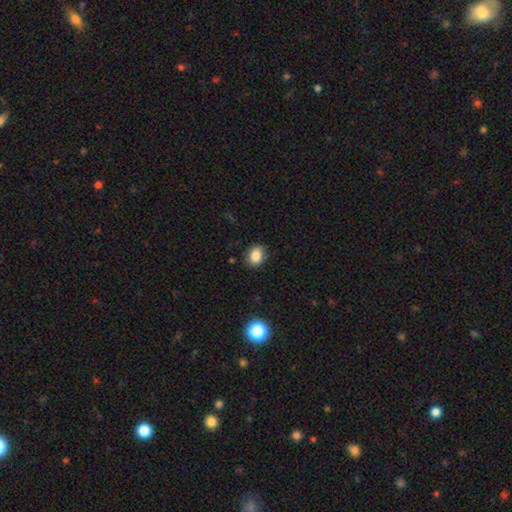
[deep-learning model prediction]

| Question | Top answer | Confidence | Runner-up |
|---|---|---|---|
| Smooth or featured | smooth | 85% | star or artifact (10%) |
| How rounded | round | 50% | in between (49%) |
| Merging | none | 86% | minor disturbance (10%) |